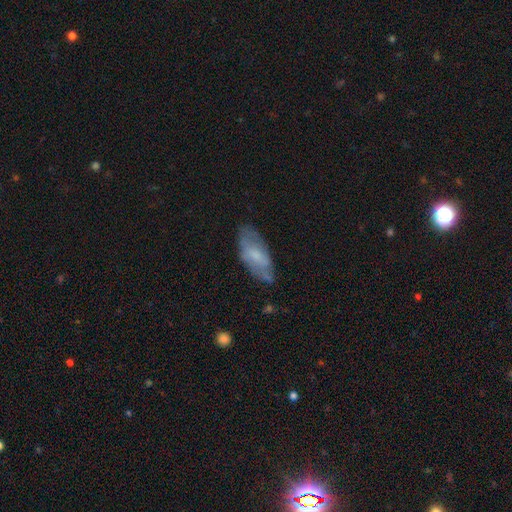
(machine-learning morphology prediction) The model was most divided on "smooth or featured": smooth: 54%, featured or disk: 39%, star or artifact: 7%. More confident: how rounded — in between (82%); merging — none (62%).